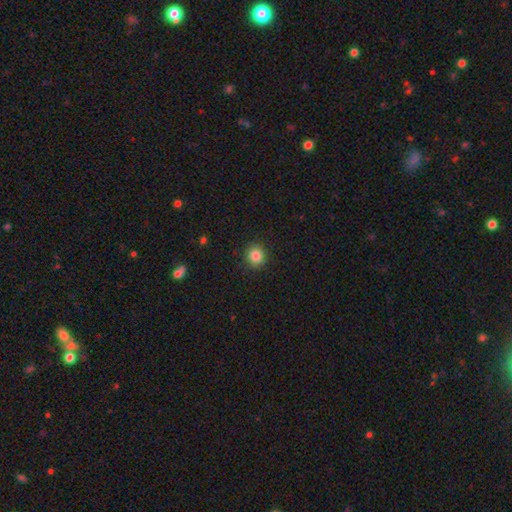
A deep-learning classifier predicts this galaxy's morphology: Smooth or featured: smooth — 85% (star or artifact — 11%)
How rounded: round — 91% (in between — 8%)
Merging: none — 91% (minor disturbance — 6%)